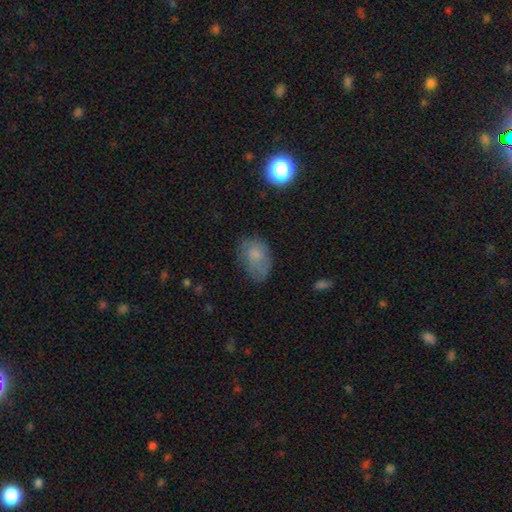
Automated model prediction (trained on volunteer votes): smooth 68%, featured or disk 20%, star or artifact 12%. Down the decision tree: how rounded — in between (79%); merging — none (55%).